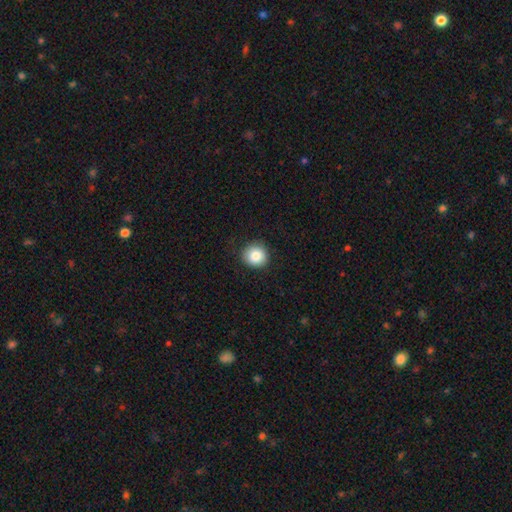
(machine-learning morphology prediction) Q: Smooth or featured?
A: smooth (86%); runner-up: star or artifact (9%)
Q: How rounded?
A: round (91%); runner-up: in between (8%)
Q: Merging?
A: none (89%); runner-up: minor disturbance (8%)